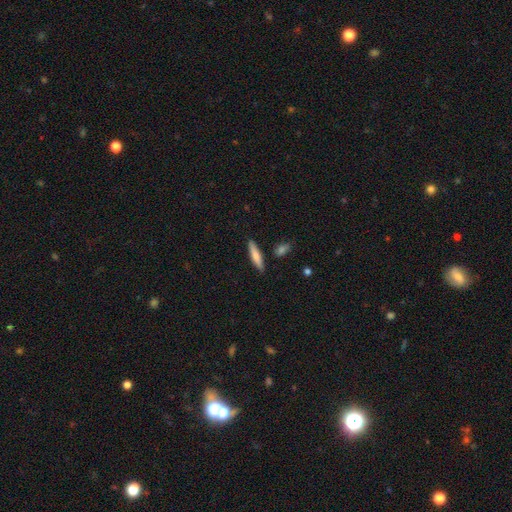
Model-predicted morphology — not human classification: smooth_or_featured: smooth (p=0.73) [alt: featured or disk p=0.21]
how_rounded: cigar-shaped (p=0.84) [alt: in between p=0.15]
merging: none (p=0.86) [alt: minor disturbance p=0.09]